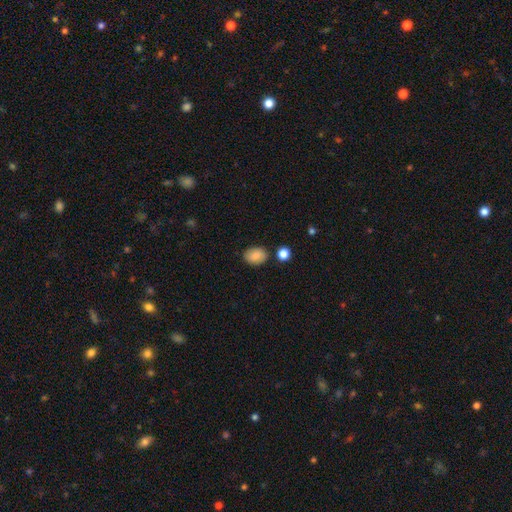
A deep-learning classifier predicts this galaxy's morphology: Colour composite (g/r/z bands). It shows a smooth galaxy with no disk features (85%) that is in between round and cigar-shaped (71%). Merging: none (81%).